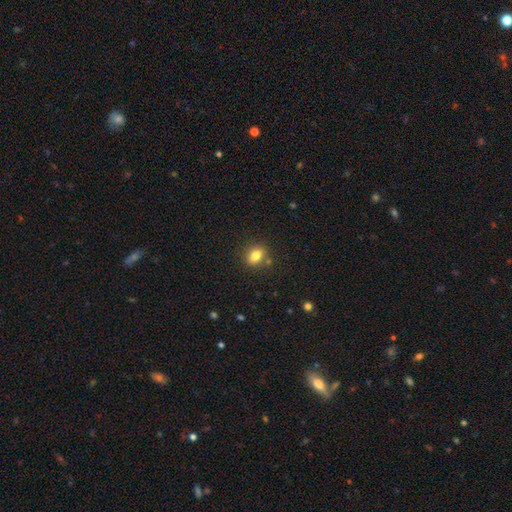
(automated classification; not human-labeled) This appears to be a smooth galaxy with no disk features (82%) that is in between round and cigar-shaped (65%). Merging: none (81%).